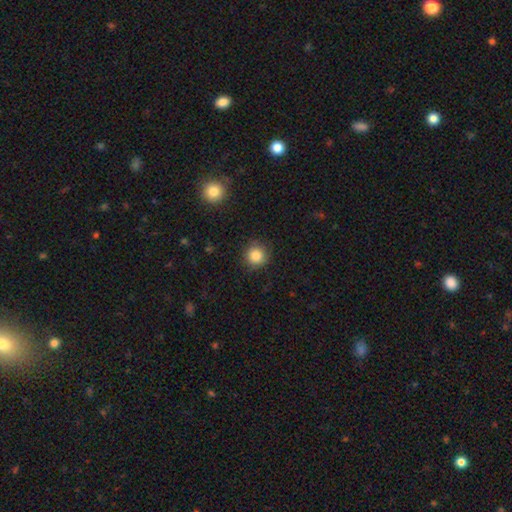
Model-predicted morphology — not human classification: Smooth or featured?
  - smooth: 85% *
  - star or artifact: 10%
  - featured or disk: 4%
How rounded?
  - round: 94% *
  - in between: 5%
  - cigar-shaped: 1%
Merging?
  - none: 89% *
  - minor disturbance: 8%
  - major disturbance: 2%
  - merger: 1%